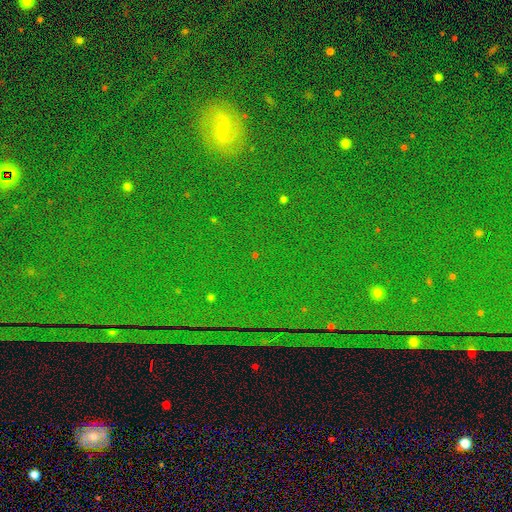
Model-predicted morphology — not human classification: smooth-or-featured: star or artifact: 73% | smooth: 17% | featured or disk: 10%